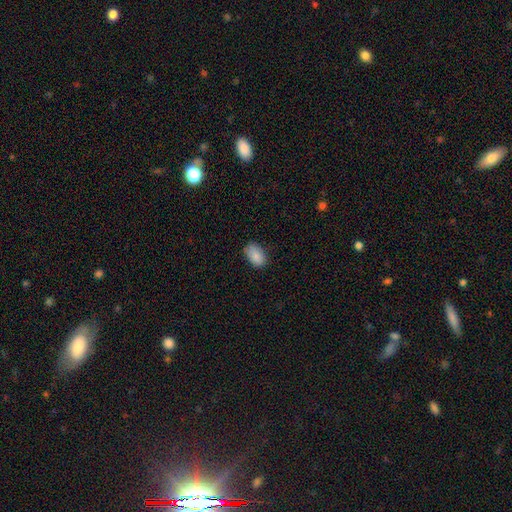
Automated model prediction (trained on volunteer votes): smooth_or_featured: smooth (p=0.87) [alt: star or artifact p=0.07]
how_rounded: in between (p=0.91) [alt: round p=0.08]
merging: none (p=0.77) [alt: minor disturbance p=0.19]